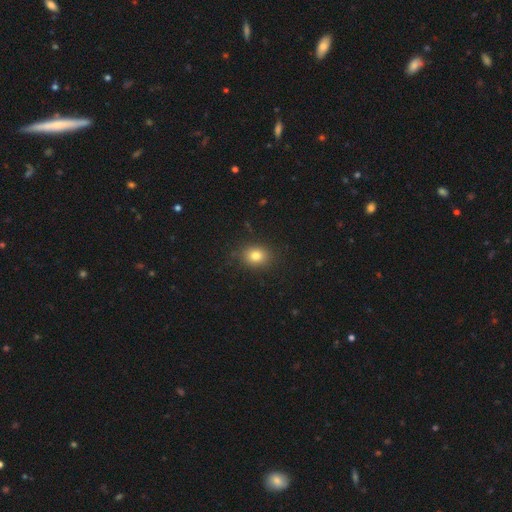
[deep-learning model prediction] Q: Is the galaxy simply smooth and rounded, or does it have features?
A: smooth — 80%.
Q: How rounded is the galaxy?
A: round — 54%.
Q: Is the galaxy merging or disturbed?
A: none — 85%.